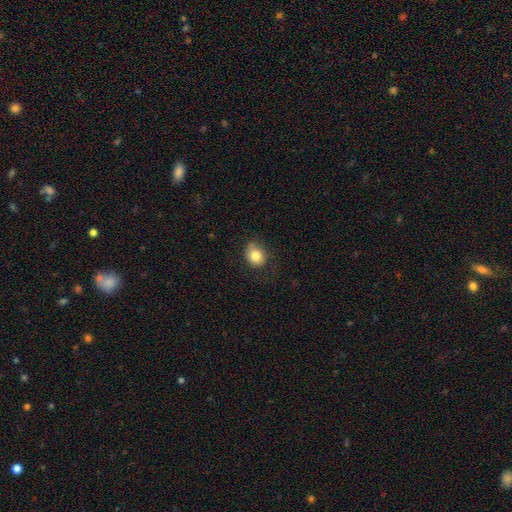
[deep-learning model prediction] A smooth galaxy with no disk features (82%) that is round (58%).

Vote fractions:
- Smooth or featured? smooth: 82% / star or artifact: 10% / featured or disk: 9%
- How rounded? round: 58% / in between: 41% / cigar-shaped: 1%
- Merging? none: 68% / minor disturbance: 24% / major disturbance: 7% / merger: 1%